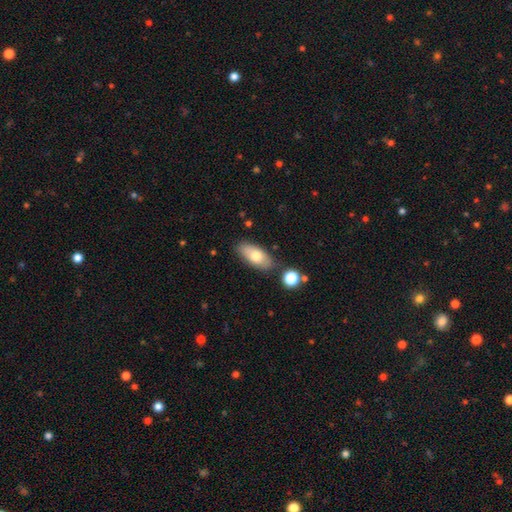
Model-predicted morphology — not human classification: This is likely a smooth galaxy (71%). How rounded: clearly in between (87%). Merging: likely none (78%).